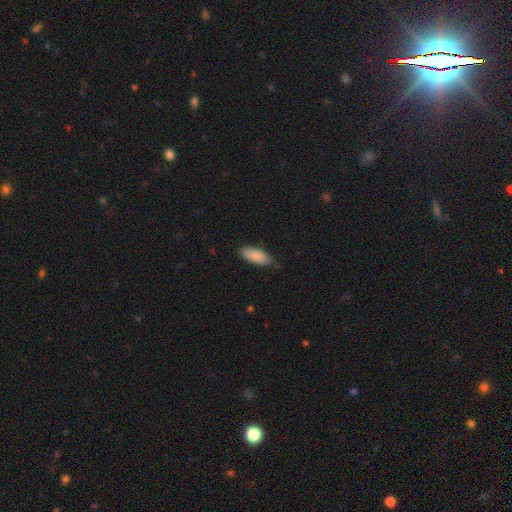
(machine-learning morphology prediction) Q: Smooth or featured?
A: smooth (85%); runner-up: featured or disk (9%)
Q: How rounded?
A: in between (83%); runner-up: cigar-shaped (15%)
Q: Merging?
A: none (76%); runner-up: minor disturbance (20%)